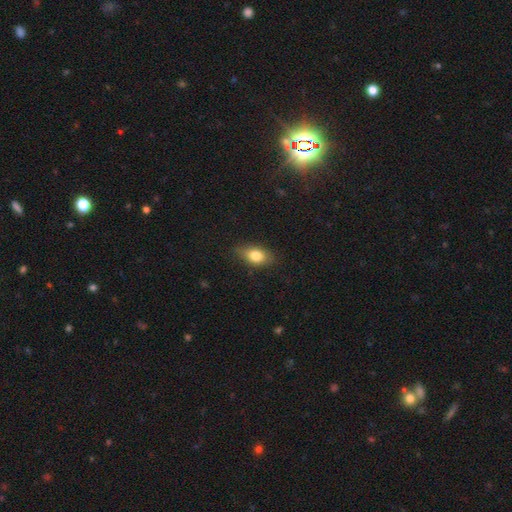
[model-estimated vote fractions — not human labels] Smooth or featured? Predicted: smooth (p=0.78). How rounded? Predicted: in between (p=0.83). Merging? Predicted: none (p=0.80).